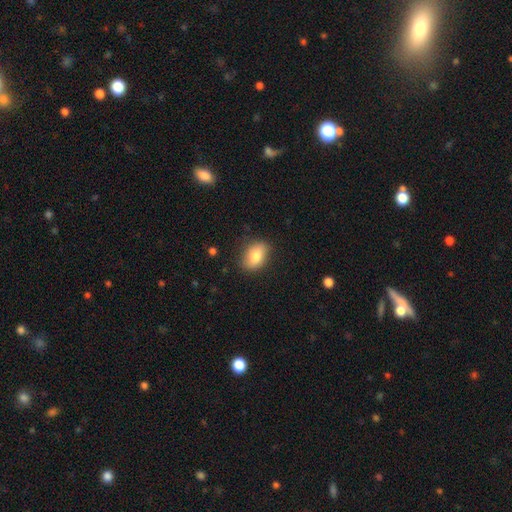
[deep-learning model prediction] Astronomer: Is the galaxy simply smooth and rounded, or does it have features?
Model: smooth — 80%.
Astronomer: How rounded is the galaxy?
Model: in between — 82%.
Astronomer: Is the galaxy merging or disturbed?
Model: none — 82%.